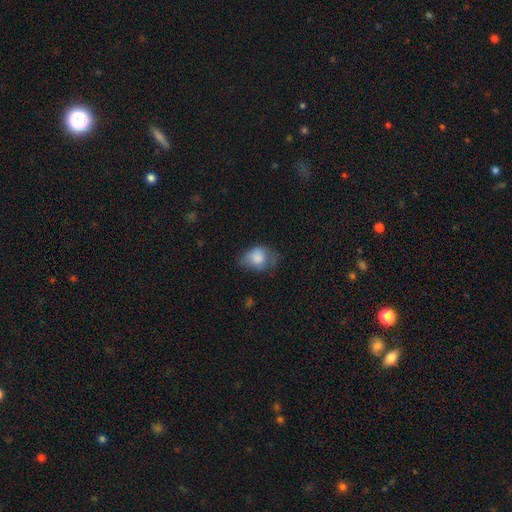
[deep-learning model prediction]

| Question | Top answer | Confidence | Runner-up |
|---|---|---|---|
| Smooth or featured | smooth | 76% | featured or disk (15%) |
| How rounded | in between | 61% | round (38%) |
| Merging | none | 42% | minor disturbance (35%) |